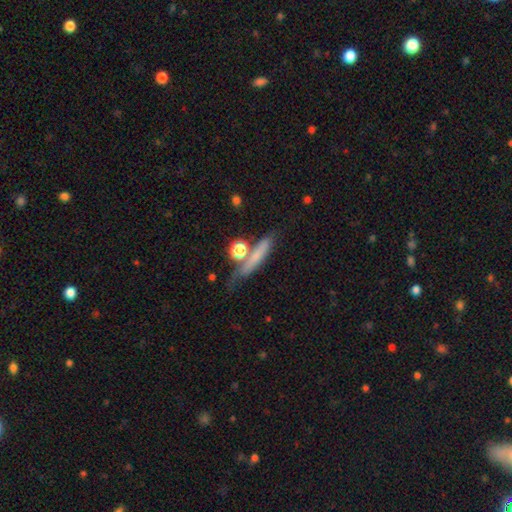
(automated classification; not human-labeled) Smooth or featured: smooth — 60% (featured or disk — 30%)
How rounded: cigar-shaped — 71% (in between — 16%)
Merging: none — 57% (minor disturbance — 20%)